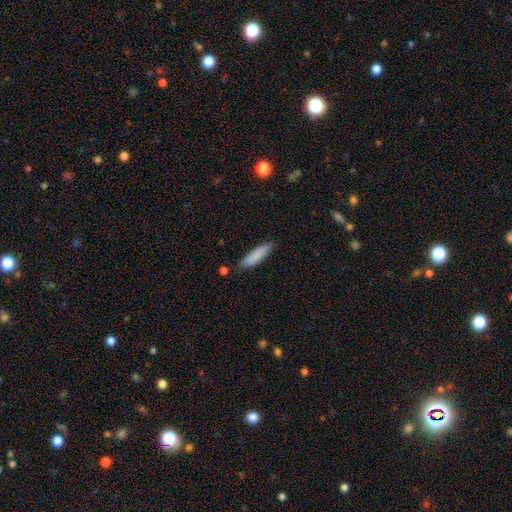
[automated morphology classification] This is clearly a smooth galaxy (86%). How rounded: likely cigar-shaped (75%). Merging: clearly none (83%).